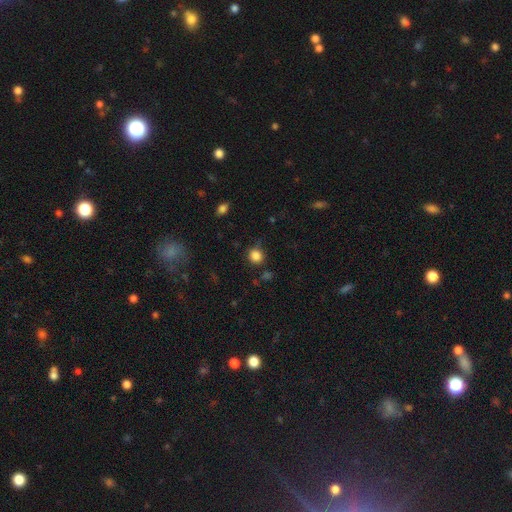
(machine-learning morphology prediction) smooth_or_featured: smooth (p=0.85) [alt: star or artifact p=0.12]
how_rounded: round (p=0.89) [alt: in between p=0.10]
merging: none (p=0.79) [alt: minor disturbance p=0.14]